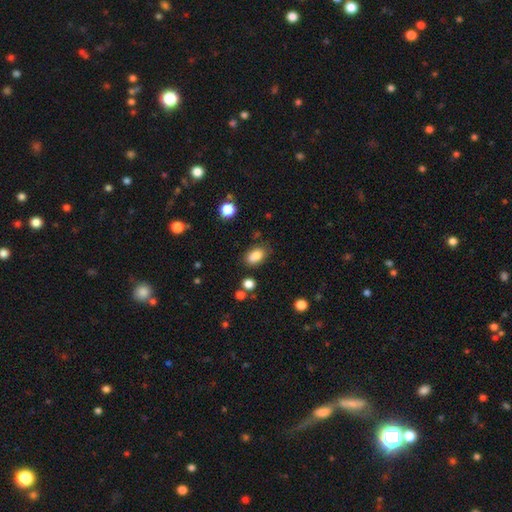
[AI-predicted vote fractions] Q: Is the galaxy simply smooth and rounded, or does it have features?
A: smooth — 84%.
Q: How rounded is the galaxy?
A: in between — 84%.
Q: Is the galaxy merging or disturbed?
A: none — 73%.